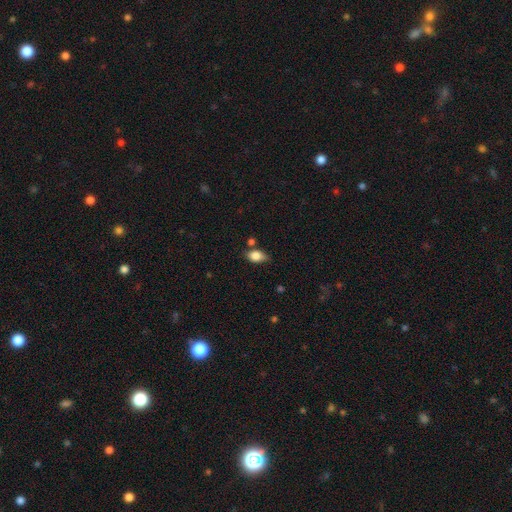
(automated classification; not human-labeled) Morphology: type=smooth (83%); roundness=in between (86%); merging=none (65%).